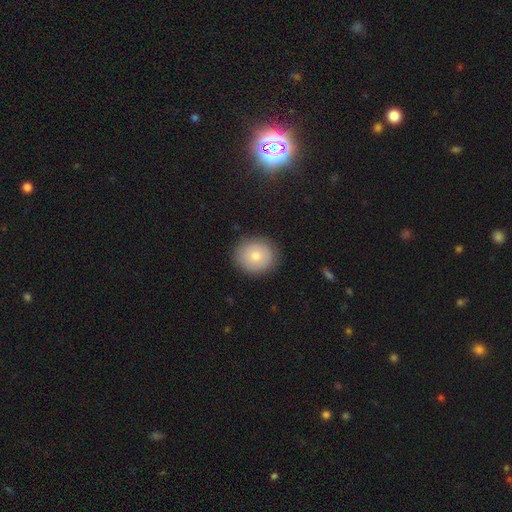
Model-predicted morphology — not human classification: A smooth galaxy with no disk features (72%) that is round (85%).

Vote fractions:
- Smooth or featured? smooth: 72% / featured or disk: 17% / star or artifact: 11%
- How rounded? round: 85% / in between: 15% / cigar-shaped: 1%
- Merging? none: 89% / minor disturbance: 8% / major disturbance: 2% / merger: 1%